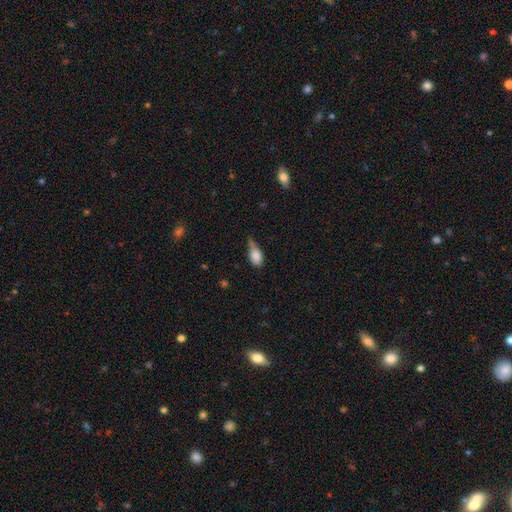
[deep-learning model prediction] Smooth or featured? smooth (82%)
How rounded? in between (86%)
Merging? minor disturbance (47%)